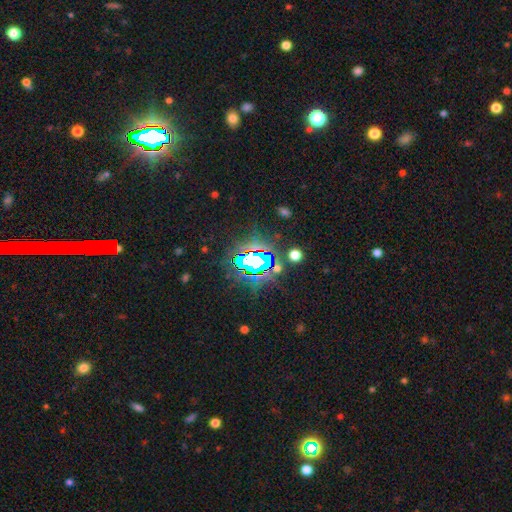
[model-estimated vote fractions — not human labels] Morphology: type=star or artifact (83%).